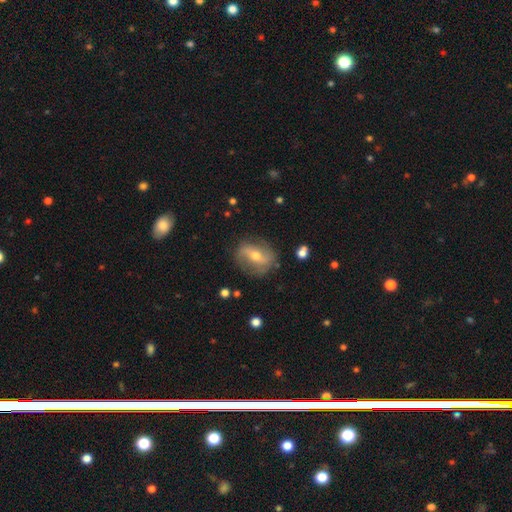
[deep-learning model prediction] Smooth or featured? featured or disk (64%)
Edge-on disk? no (92%)
Bar? weak (37%)
Spiral arms? yes (72%)
Bulge size? moderate (61%)
Merging? none (77%)